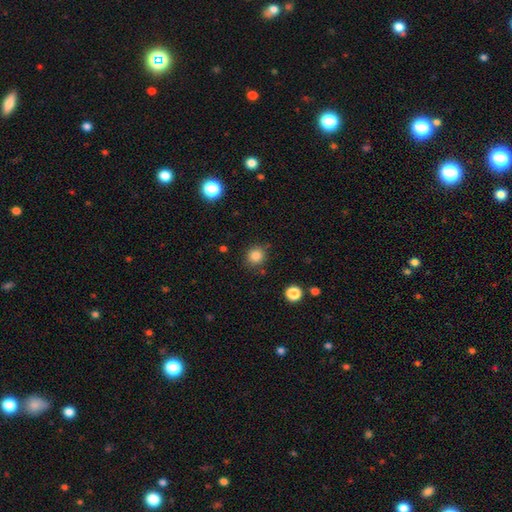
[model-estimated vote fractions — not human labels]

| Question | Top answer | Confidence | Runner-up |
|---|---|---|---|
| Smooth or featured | smooth | 84% | star or artifact (11%) |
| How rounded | round | 89% | in between (10%) |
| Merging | none | 83% | minor disturbance (11%) |